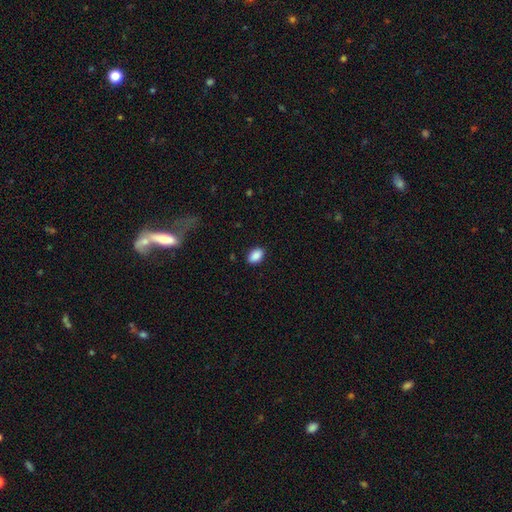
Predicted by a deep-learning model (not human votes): This appears to be a smooth galaxy with no disk features (89%) that is in between round and cigar-shaped (88%). Merging: none (88%).